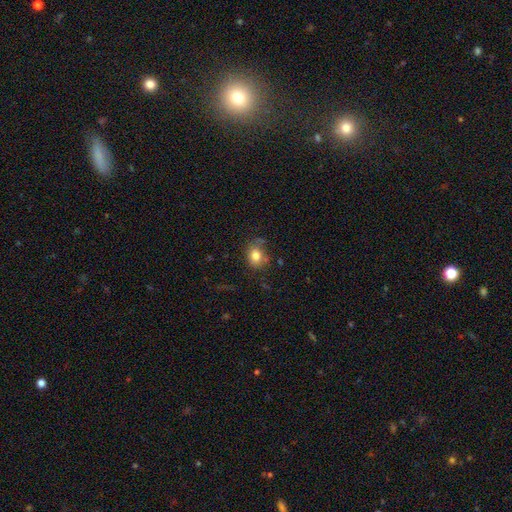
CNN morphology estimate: smooth 80%, star or artifact 10%, featured or disk 9%. Down the decision tree: how rounded — round (54%); merging — none (65%).